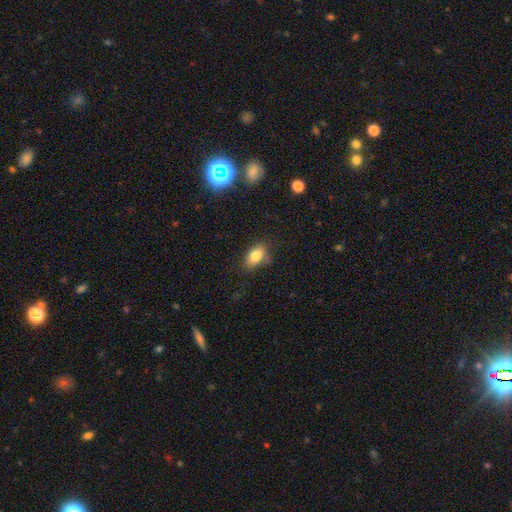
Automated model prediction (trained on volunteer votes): This is clearly a smooth galaxy (82%). How rounded: clearly in between (86%). Merging: likely none (76%).